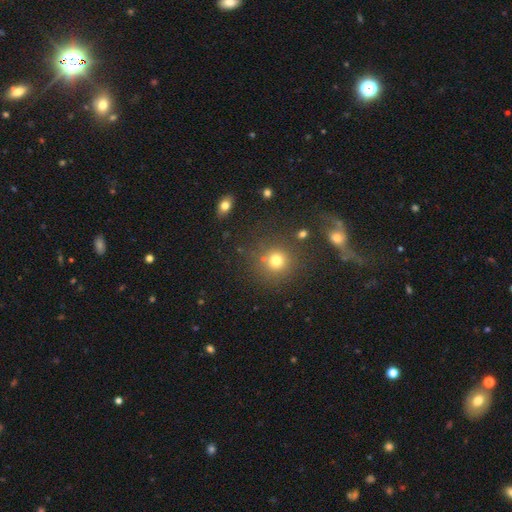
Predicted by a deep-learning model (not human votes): Morphology: type=smooth (56%); roundness=round (90%); merging=none (68%).